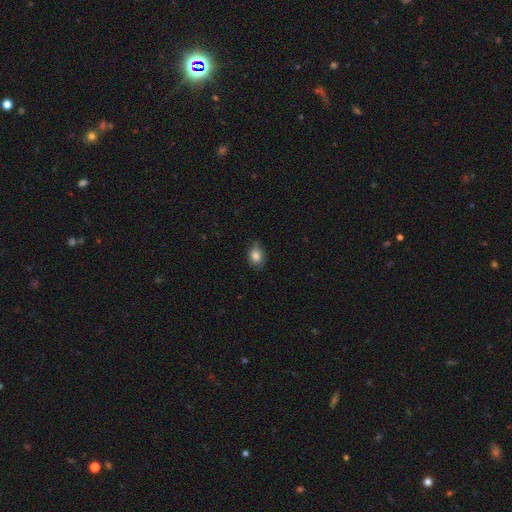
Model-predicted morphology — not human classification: Overall: smooth (83%). How rounded: round (52%; in between 47%). Merging: none (66%; minor disturbance 28%).